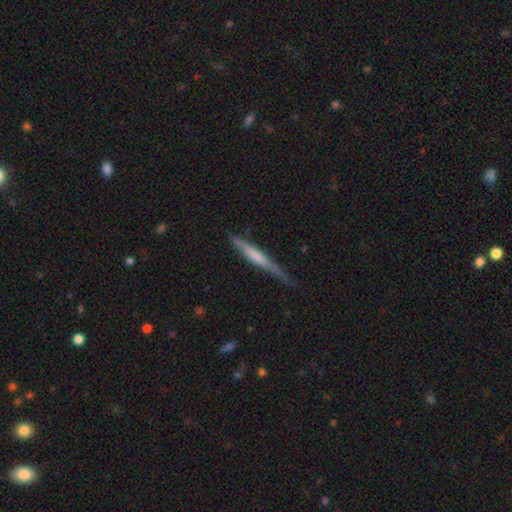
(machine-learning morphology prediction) Smooth or featured?
  - featured or disk: 52% *
  - smooth: 43%
  - star or artifact: 6%
Edge-on disk?
  - yes: 95% *
  - no: 5%
Merging?
  - none: 71% *
  - minor disturbance: 22%
  - major disturbance: 5%
  - merger: 2%